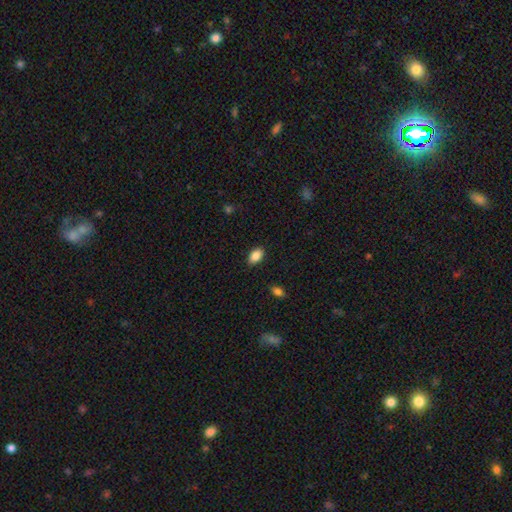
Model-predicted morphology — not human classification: type=smooth (88%); roundness=in between (91%); merging=none (87%).